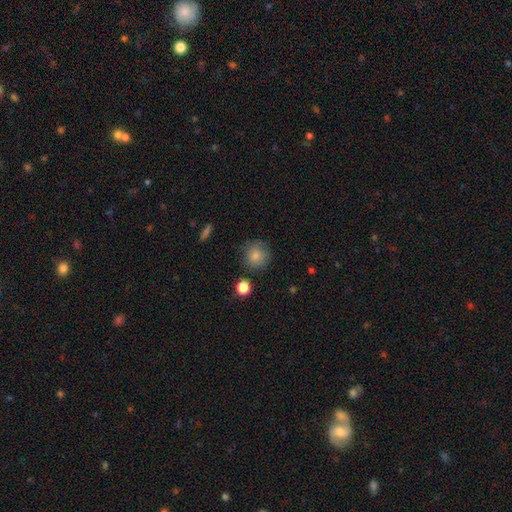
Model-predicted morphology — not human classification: smooth 84%, star or artifact 10%, featured or disk 7%. Down the decision tree: how rounded — round (91%); merging — none (80%).